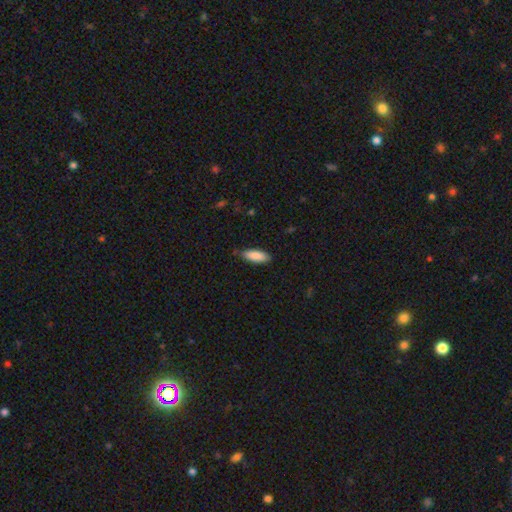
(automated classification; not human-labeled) Overall: smooth (87%). How rounded: in between (70%). Merging: none (77%).